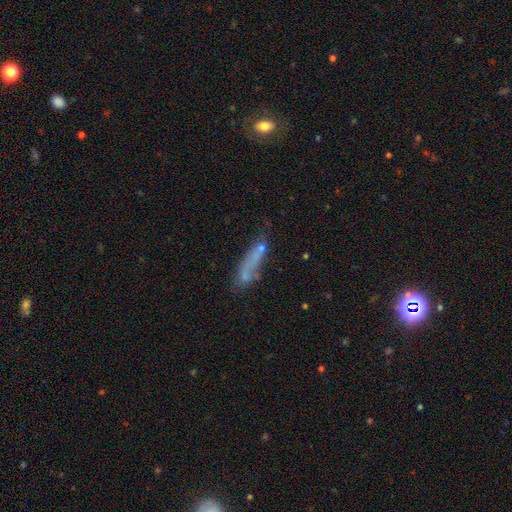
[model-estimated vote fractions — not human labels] A smooth galaxy with no disk features (56%) that is cigar-shaped (69%).

Vote fractions:
- Smooth or featured? smooth: 56% / featured or disk: 29% / star or artifact: 15%
- How rounded? cigar-shaped: 69% / in between: 28% / round: 3%
- Merging? none: 42% / minor disturbance: 21% / merger: 19% / major disturbance: 18%